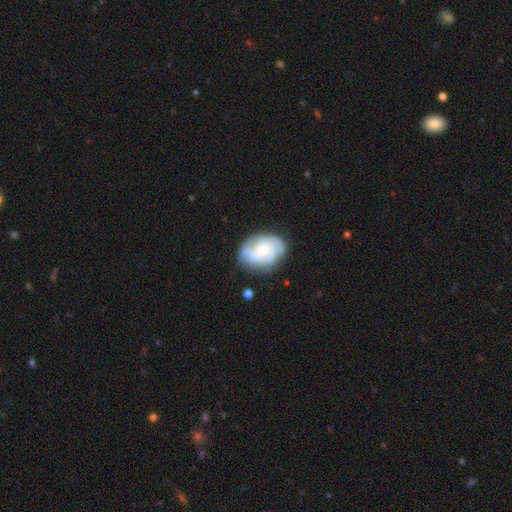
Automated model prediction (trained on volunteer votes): The model was most divided on "bulge size": moderate: 49%, small: 36%, large: 9%, none: 4%, dominant: 2%. Remaining: edge-on disk — no (97%); spiral arms — yes (82%); bar — no (74%); merging — none (72%); smooth or featured — featured or disk (64%); spiral winding — tight (51%); spiral arm count — can't tell (38%).